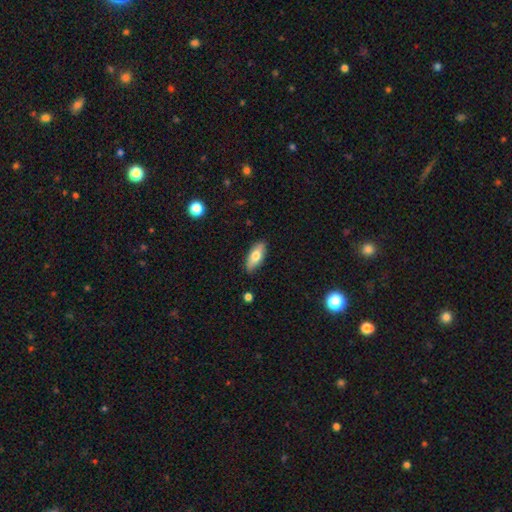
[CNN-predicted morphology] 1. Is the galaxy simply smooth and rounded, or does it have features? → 70% smooth, 24% featured or disk, 6% star or artifact.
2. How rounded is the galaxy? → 80% in between, 17% cigar-shaped, 3% round.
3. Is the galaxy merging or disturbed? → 86% none, 10% minor disturbance, 2% major disturbance, 1% merger.